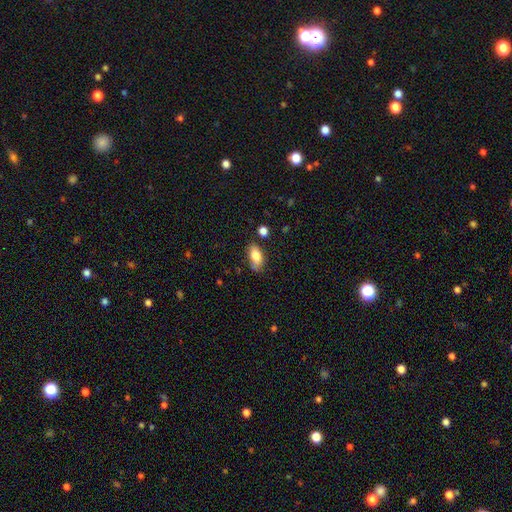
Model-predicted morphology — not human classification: Q: Smooth or featured?
A: smooth (82%); runner-up: featured or disk (10%)
Q: How rounded?
A: in between (90%); runner-up: cigar-shaped (6%)
Q: Merging?
A: none (66%); runner-up: minor disturbance (24%)